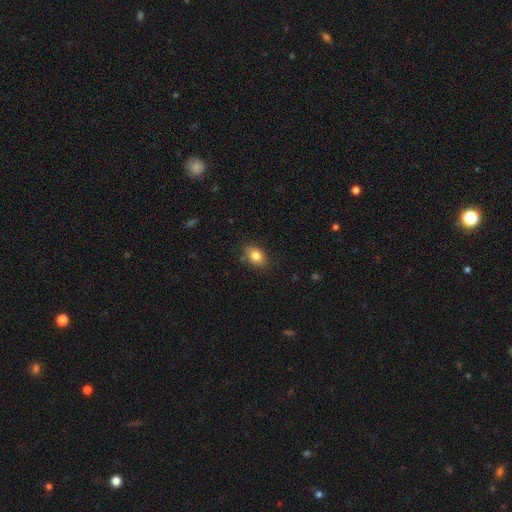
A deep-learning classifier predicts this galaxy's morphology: smooth-or-featured: smooth: 83% | star or artifact: 9% | featured or disk: 8%
  how-rounded: in between: 83% | round: 15% | cigar-shaped: 2%
  merging: none: 83% | minor disturbance: 13% | major disturbance: 3% | merger: 1%